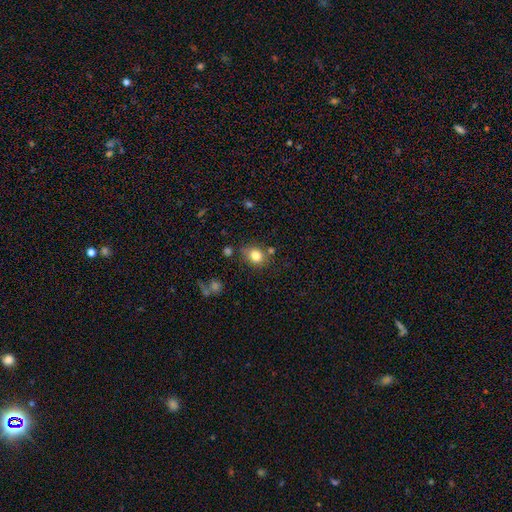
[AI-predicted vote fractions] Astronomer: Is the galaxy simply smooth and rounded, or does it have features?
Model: smooth — 81%.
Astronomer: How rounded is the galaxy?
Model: round — 59% (runner-up: in between, 40%).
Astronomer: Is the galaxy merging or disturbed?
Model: none — 71%.